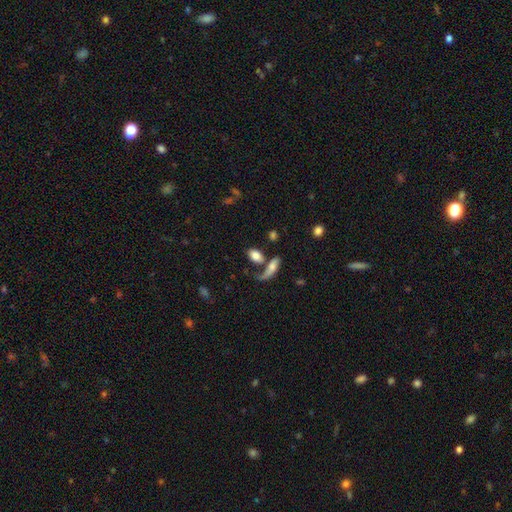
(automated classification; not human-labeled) Overall: smooth (78%). How rounded: in between (86%). Merging: none (47%; merger 32%).